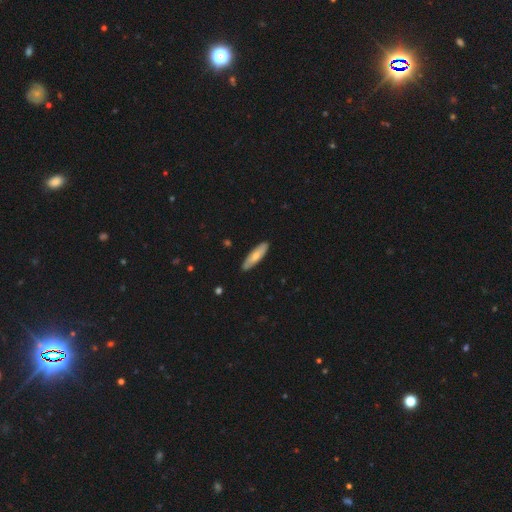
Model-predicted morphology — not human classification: Smooth or featured?
  - smooth: 62% *
  - featured or disk: 33%
  - star or artifact: 5%
How rounded?
  - cigar-shaped: 62% *
  - in between: 36%
  - round: 2%
Merging?
  - none: 88% *
  - minor disturbance: 9%
  - major disturbance: 1%
  - merger: 1%